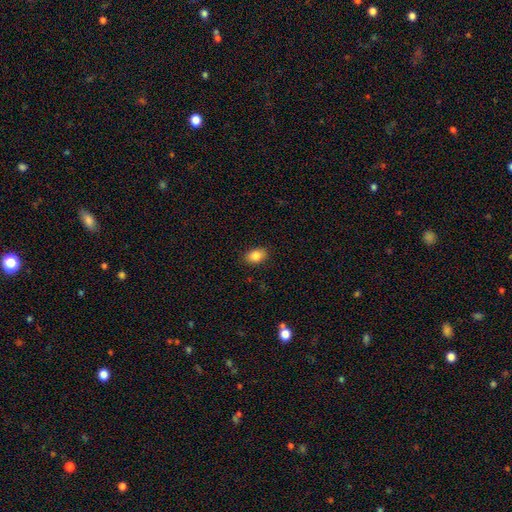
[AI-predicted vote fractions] Overall: smooth (86%). How rounded: in between (81%). Merging: none (88%).